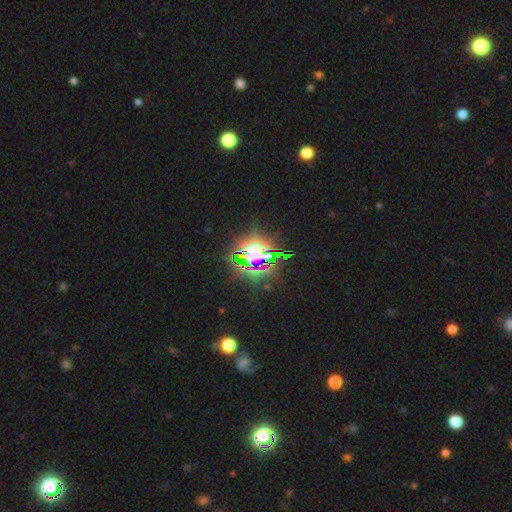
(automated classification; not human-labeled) Overall: star or artifact (79%).